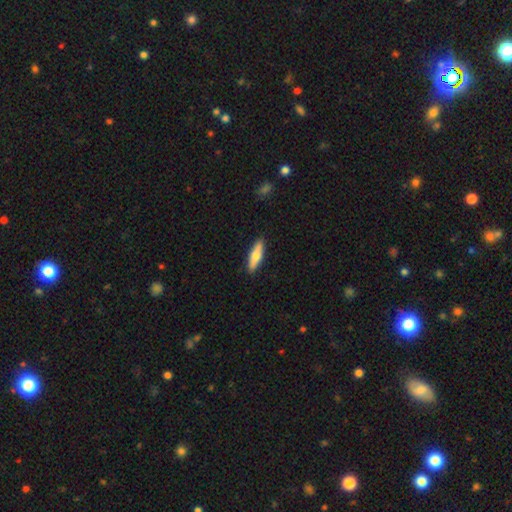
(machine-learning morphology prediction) smooth 63%, featured or disk 31%, star or artifact 5%. Down the decision tree: how rounded — cigar-shaped (65%); merging — none (90%).